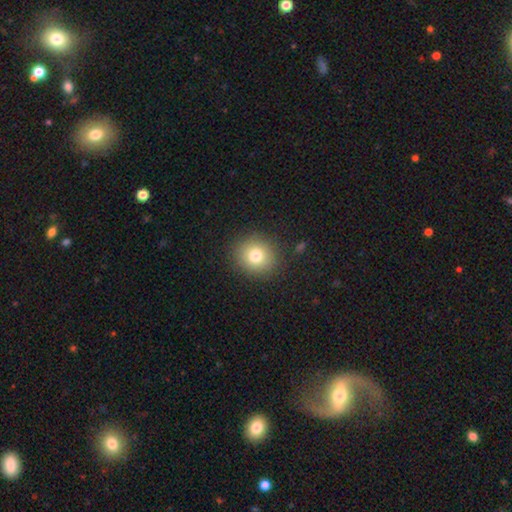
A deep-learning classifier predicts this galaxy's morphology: A smooth galaxy with no disk features (79%) that is round (85%).

Vote fractions:
- Smooth or featured? smooth: 79% / star or artifact: 11% / featured or disk: 10%
- How rounded? round: 85% / in between: 14% / cigar-shaped: 1%
- Merging? none: 88% / minor disturbance: 8% / major disturbance: 3% / merger: 1%